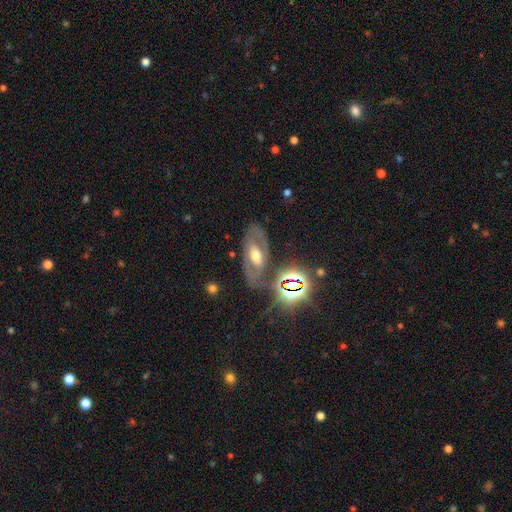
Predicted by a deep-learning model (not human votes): The model was most divided on "spiral arms": yes: 53%, no: 47%. Remaining: edge-on disk — no (89%); merging — none (70%); bulge size — moderate (69%); smooth or featured — featured or disk (63%); bar — no (41%).